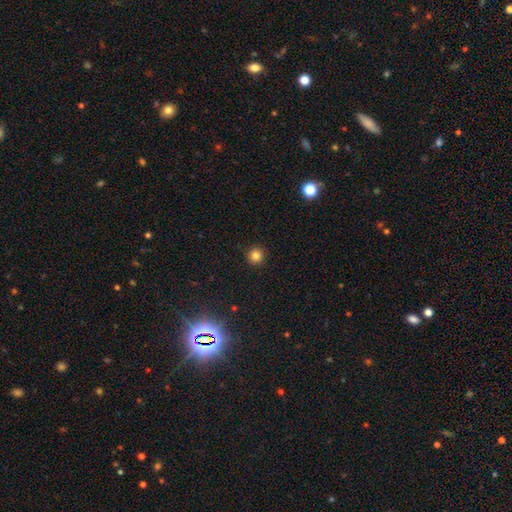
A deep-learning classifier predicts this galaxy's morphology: Smooth or featured? Predicted: smooth (p=0.82). How rounded? Predicted: round (p=0.95). Merging? Predicted: none (p=0.92).